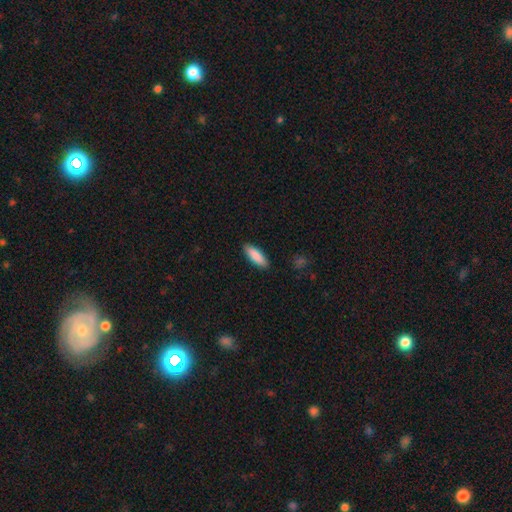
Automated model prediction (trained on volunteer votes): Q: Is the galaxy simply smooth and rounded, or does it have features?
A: smooth — 88%.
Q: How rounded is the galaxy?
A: in between — 60%.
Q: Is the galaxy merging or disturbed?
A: none — 89%.